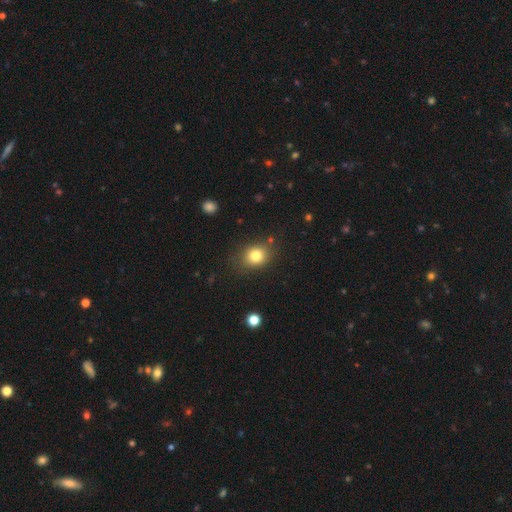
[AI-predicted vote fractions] Smooth or featured: smooth — 80% (star or artifact — 11%)
How rounded: round — 58% (in between — 41%)
Merging: none — 78% (minor disturbance — 14%)